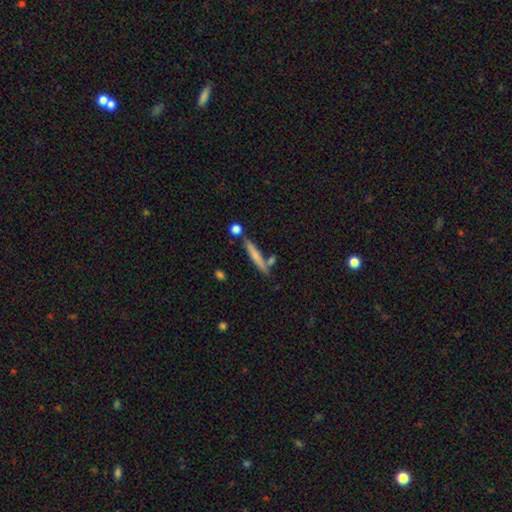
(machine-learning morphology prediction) A smooth galaxy with no disk features (67%) that is cigar-shaped (92%).

Vote fractions:
- Smooth or featured? smooth: 67% / featured or disk: 27% / star or artifact: 6%
- How rounded? cigar-shaped: 92% / in between: 6% / round: 2%
- Merging? none: 74% / minor disturbance: 12% / merger: 11% / major disturbance: 3%